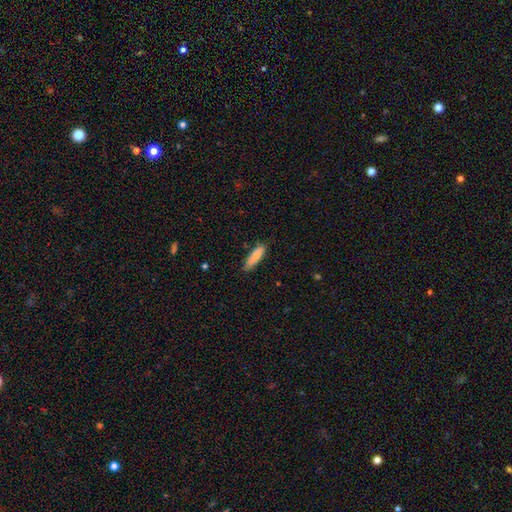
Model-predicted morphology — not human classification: Overall: smooth (83%). How rounded: cigar-shaped (66%; in between 33%). Merging: none (79%).